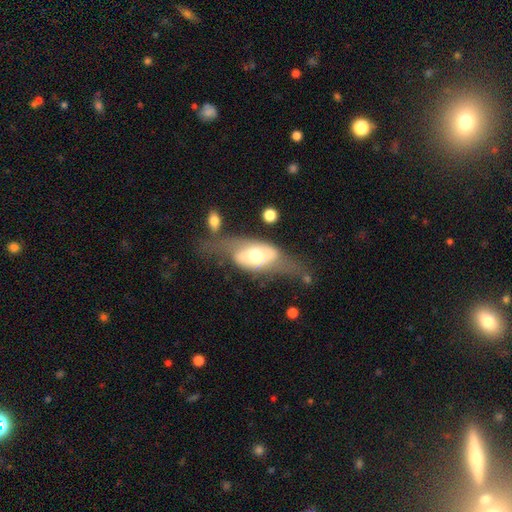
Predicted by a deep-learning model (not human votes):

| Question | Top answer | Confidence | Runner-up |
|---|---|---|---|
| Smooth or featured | featured or disk | 65% | smooth (29%) |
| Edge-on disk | no | 85% | yes (15%) |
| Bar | no | 54% | weak (31%) |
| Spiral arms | yes | 69% | no (31%) |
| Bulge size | moderate | 62% | large (22%) |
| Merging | none | 37% | major disturbance (28%) |